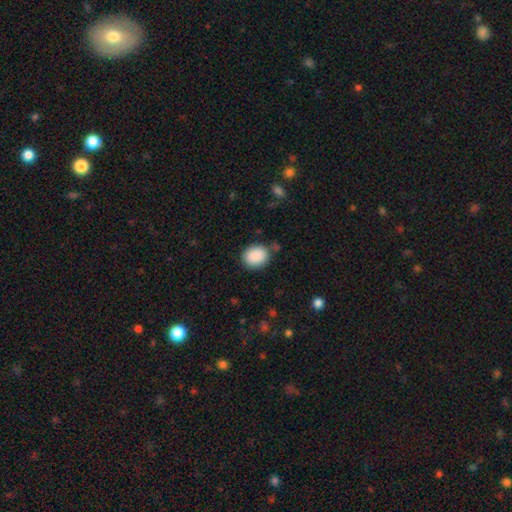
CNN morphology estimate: Smooth or featured? smooth (89%)
How rounded? round (52%)
Merging? none (82%)